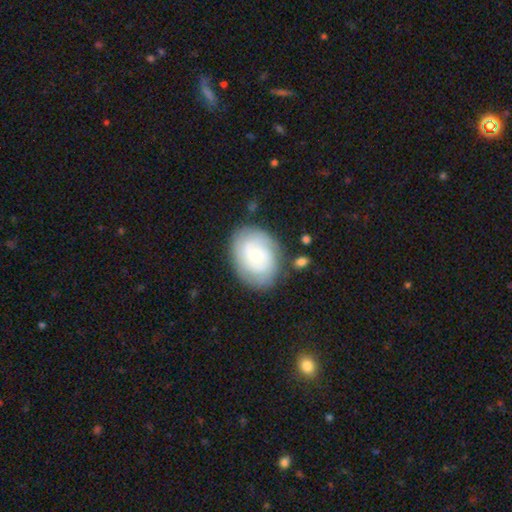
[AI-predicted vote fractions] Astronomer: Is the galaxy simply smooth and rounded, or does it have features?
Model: featured or disk — 56% (runner-up: smooth, 37%).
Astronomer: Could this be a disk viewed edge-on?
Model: no — 97%.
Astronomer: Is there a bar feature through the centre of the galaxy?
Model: no — 63%.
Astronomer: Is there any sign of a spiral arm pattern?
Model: yes — 86%.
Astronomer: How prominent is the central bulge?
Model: small — 58%.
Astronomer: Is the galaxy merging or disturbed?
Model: none — 75%.